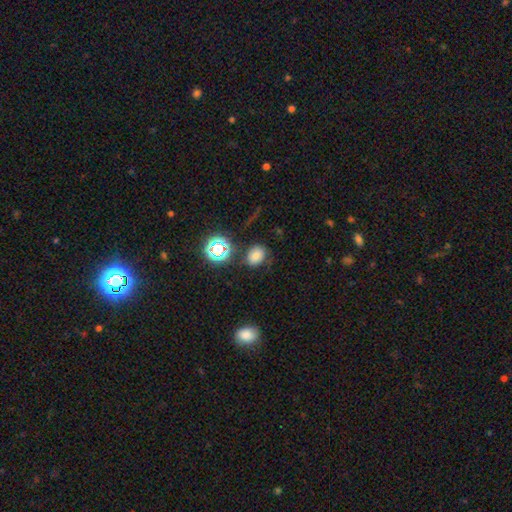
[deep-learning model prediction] smooth-or-featured: smooth: 71% | star or artifact: 20% | featured or disk: 9%
  how-rounded: in between: 51% | round: 48% | cigar-shaped: 1%
  merging: none: 72% | minor disturbance: 17% | major disturbance: 6% | merger: 5%